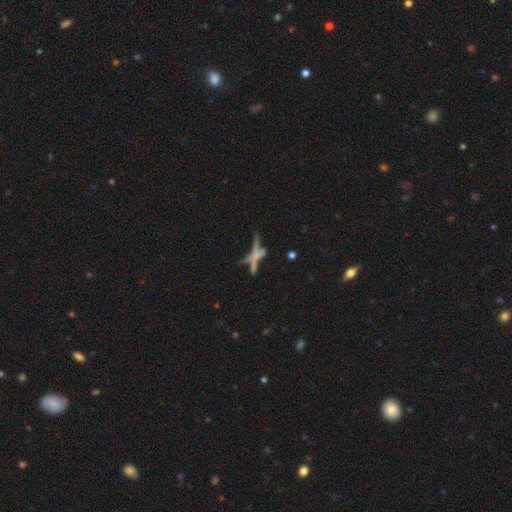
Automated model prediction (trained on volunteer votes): Smooth or featured? Predicted: featured or disk (p=0.49). Merging? Predicted: none (p=0.48).